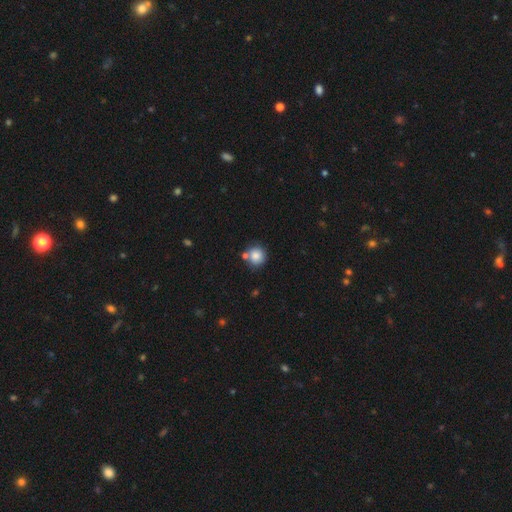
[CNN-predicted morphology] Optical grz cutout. It shows a smooth galaxy with no disk features (84%) that is round (91%). Merging: none (68%).